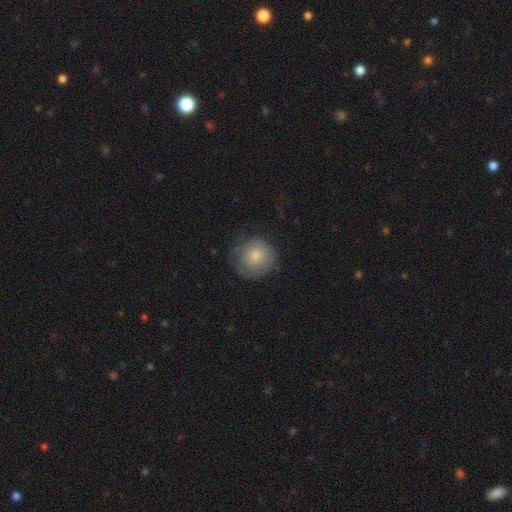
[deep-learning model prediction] Overall: smooth (71%). How rounded: round (90%). Merging: none (63%; minor disturbance 25%).